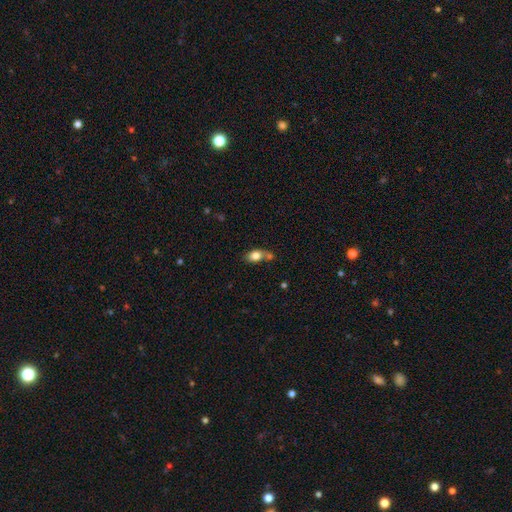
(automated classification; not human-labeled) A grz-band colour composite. It shows a smooth galaxy with no disk features (79%) that is in between round and cigar-shaped (79%). Merging: none (44%).